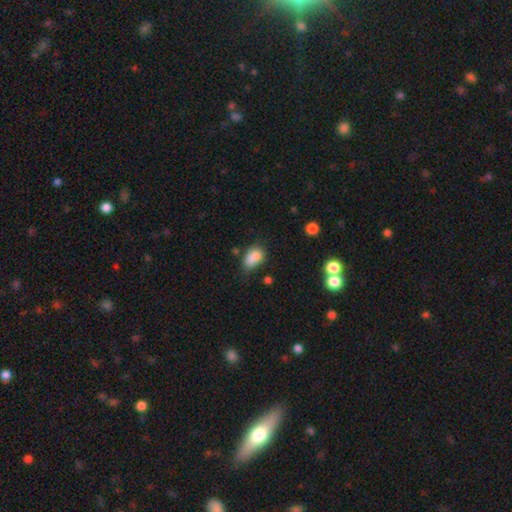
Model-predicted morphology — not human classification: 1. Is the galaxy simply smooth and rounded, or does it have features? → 83% smooth, 10% star or artifact, 7% featured or disk.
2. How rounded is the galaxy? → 87% in between, 11% round, 2% cigar-shaped.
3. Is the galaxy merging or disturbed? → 50% none, 33% minor disturbance, 10% major disturbance, 6% merger.